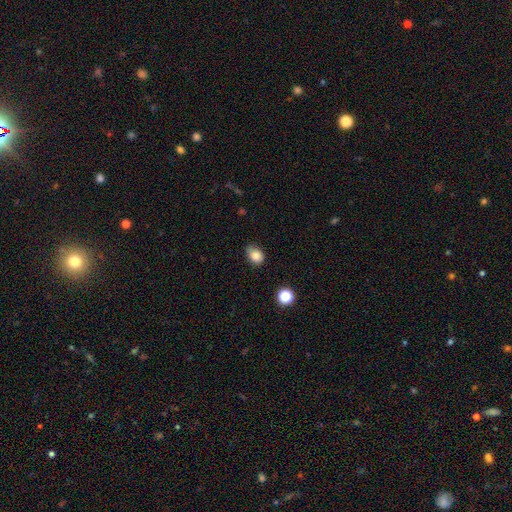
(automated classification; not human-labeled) Smooth or featured? Predicted: smooth (p=0.85). How rounded? Predicted: in between (p=0.58). Merging? Predicted: none (p=0.59).